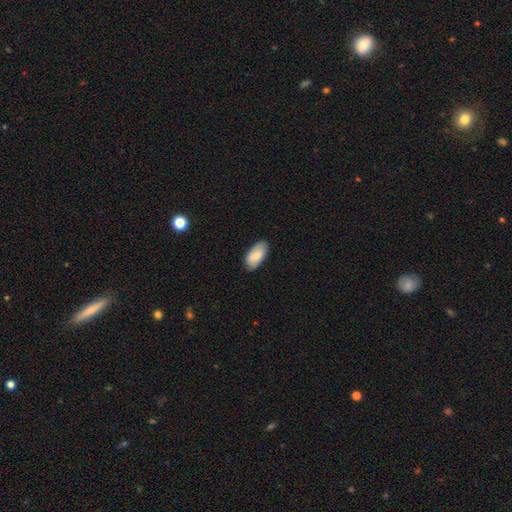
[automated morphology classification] Overall: smooth (81%). How rounded: in between (94%). Merging: none (82%).